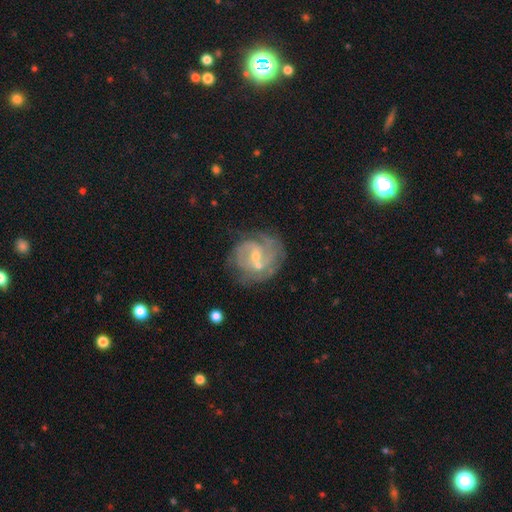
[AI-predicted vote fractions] Smooth or featured: featured or disk — 81% (smooth — 12%)
Edge-on disk: no — 97% (yes — 3%)
Bar: weak — 51% (no — 35%)
Spiral arms: yes — 90% (no — 10%)
Spiral winding: tight — 50% (medium — 37%)
Spiral arm count: 2 — 42% (can't tell — 28%)
Bulge size: small — 64% (moderate — 31%)
Merging: none — 56% (minor disturbance — 17%)